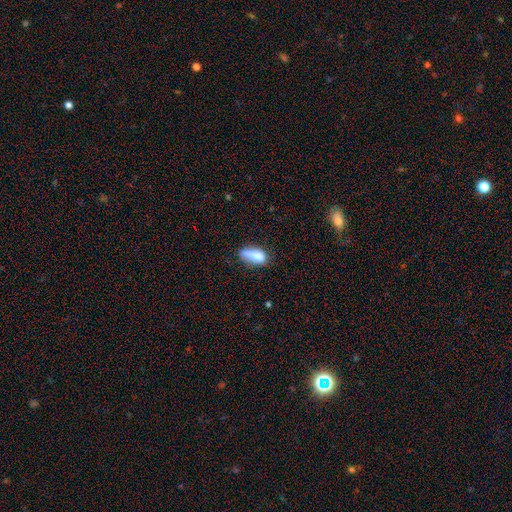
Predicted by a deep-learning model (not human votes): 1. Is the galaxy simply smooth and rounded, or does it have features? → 79% smooth, 13% featured or disk, 8% star or artifact.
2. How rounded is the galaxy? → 70% in between, 27% cigar-shaped, 3% round.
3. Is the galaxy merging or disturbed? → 52% none, 31% minor disturbance, 12% major disturbance, 6% merger.